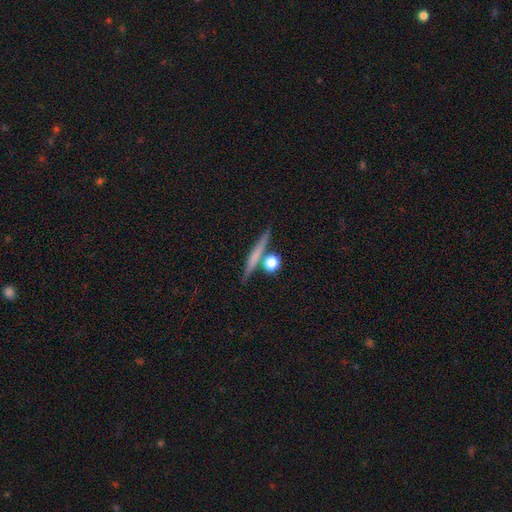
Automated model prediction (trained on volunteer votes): The model was most divided on "smooth or featured": smooth: 55%, featured or disk: 37%, star or artifact: 9%. More confident: merging — none (74%); how rounded — cigar-shaped (70%).